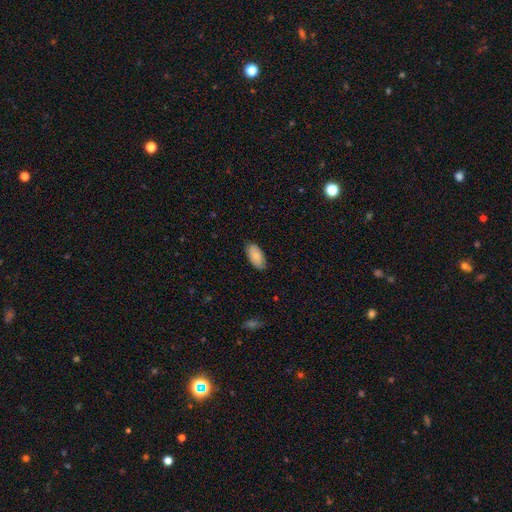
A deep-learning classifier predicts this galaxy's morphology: A smooth galaxy with no disk features (82%) that is in between round and cigar-shaped (94%). Merging: none (84%).